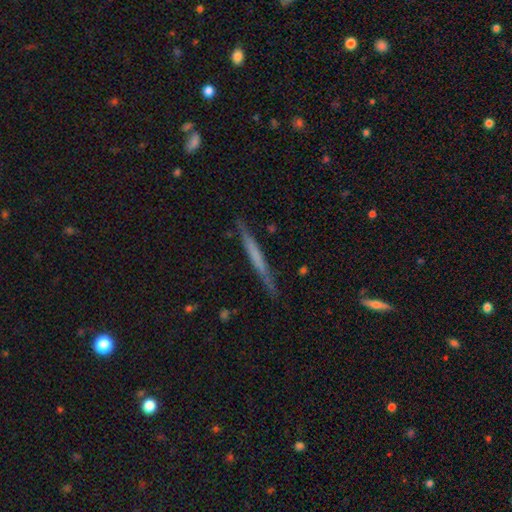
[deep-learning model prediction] This is possibly a featured or disk galaxy (50%). It is clearly viewed edge-on (96%). Merging: clearly none (85%).